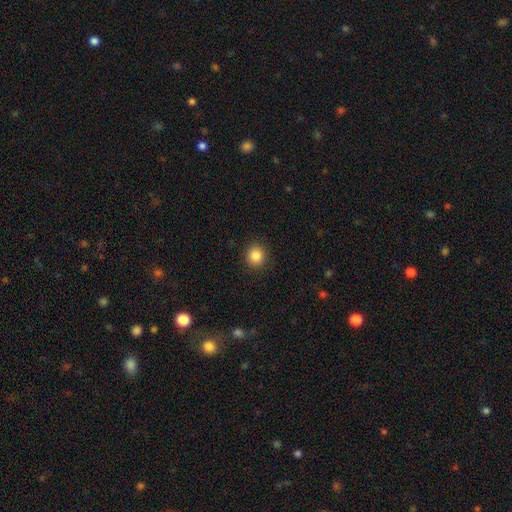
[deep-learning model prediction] Smooth or featured?
  - smooth: 86% *
  - star or artifact: 10%
  - featured or disk: 4%
How rounded?
  - round: 90% *
  - in between: 9%
  - cigar-shaped: 1%
Merging?
  - none: 91% *
  - minor disturbance: 6%
  - major disturbance: 2%
  - merger: 1%